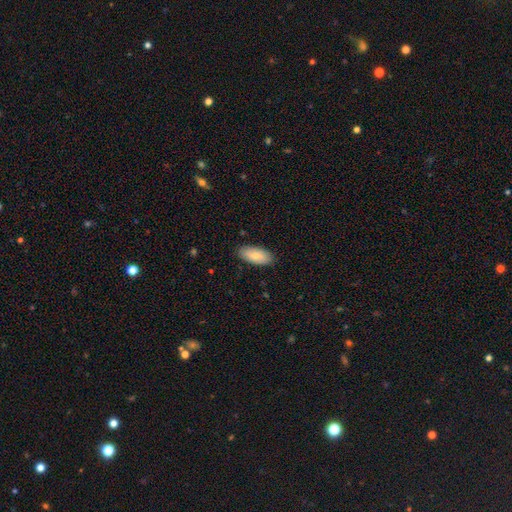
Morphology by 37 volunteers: This is clearly a smooth galaxy (89%). How rounded: clearly in between (97%). Merging: clearly none (92%).